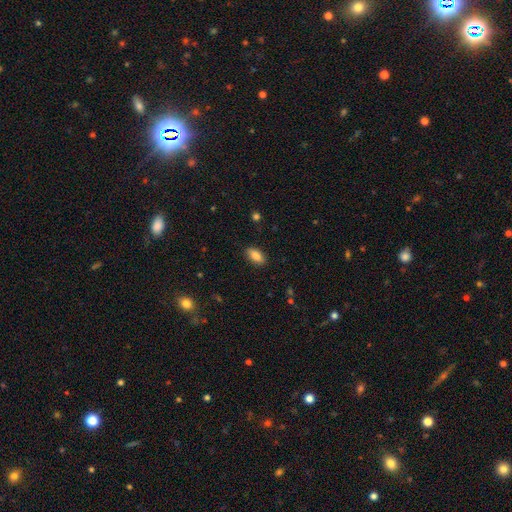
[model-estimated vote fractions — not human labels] This appears to be a smooth galaxy with no disk features (85%) that is in between round and cigar-shaped (90%). Merging: none (88%).